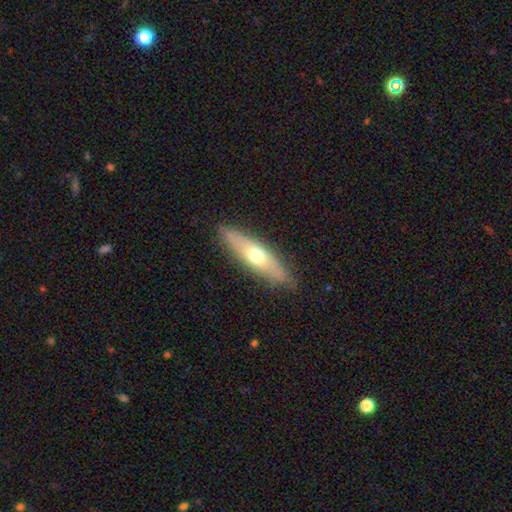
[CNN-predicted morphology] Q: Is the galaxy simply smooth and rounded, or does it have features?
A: smooth — 52%.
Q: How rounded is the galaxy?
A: cigar-shaped — 64%.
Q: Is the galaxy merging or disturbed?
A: none — 85%.